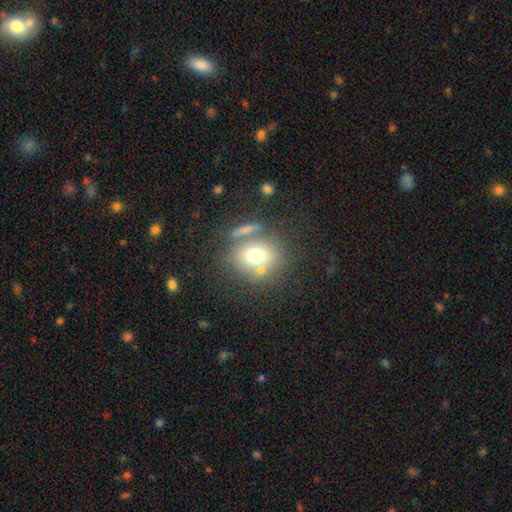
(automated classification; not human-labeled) A smooth galaxy with no disk features (68%) that is round (68%). Merging: none (61%).